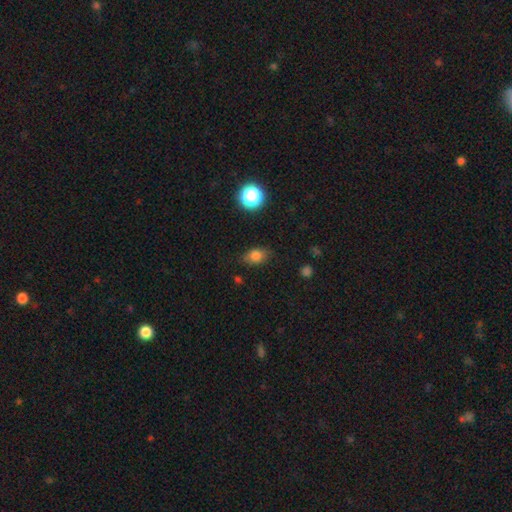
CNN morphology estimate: Smooth or featured?
  - smooth: 79% *
  - star or artifact: 13%
  - featured or disk: 8%
How rounded?
  - in between: 77% *
  - round: 21%
  - cigar-shaped: 2%
Merging?
  - none: 80% *
  - minor disturbance: 15%
  - major disturbance: 3%
  - merger: 1%